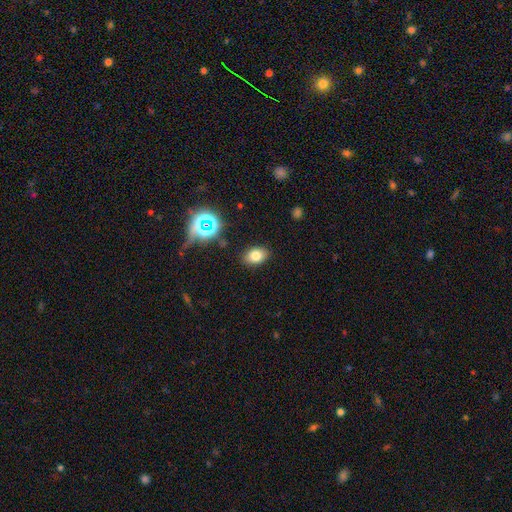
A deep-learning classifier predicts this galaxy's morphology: Smooth or featured? smooth (76%)
How rounded? in between (80%)
Merging? none (86%)